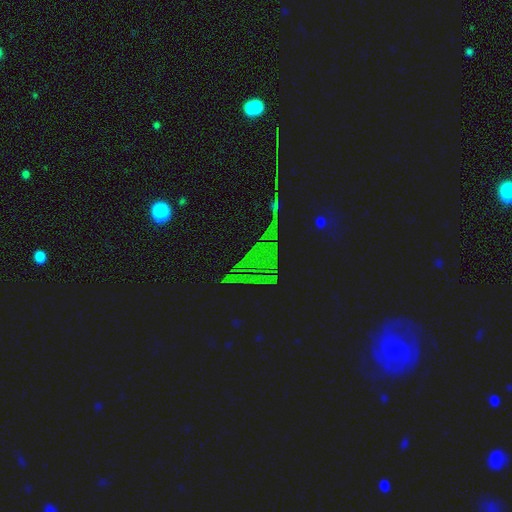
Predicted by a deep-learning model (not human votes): smooth_or_featured: star or artifact (p=0.78) [alt: smooth p=0.11]